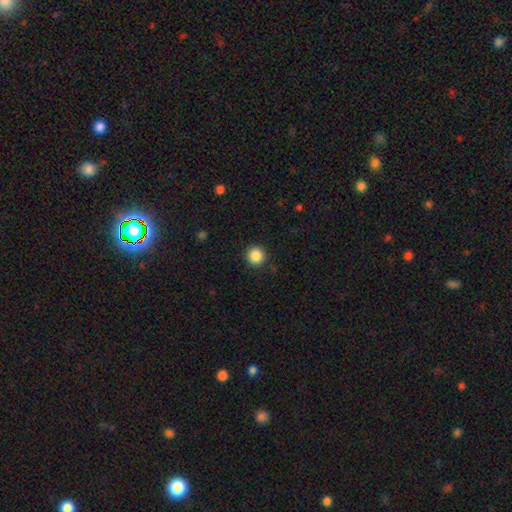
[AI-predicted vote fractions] This is clearly a smooth galaxy (87%). How rounded: clearly round (95%). Merging: clearly none (91%).